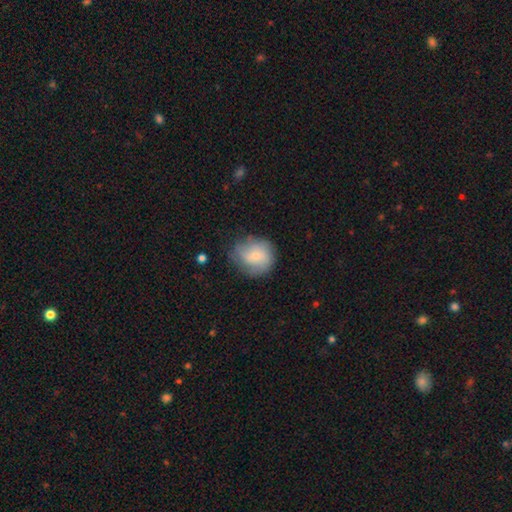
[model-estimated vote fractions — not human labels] The model was most divided on "smooth or featured": smooth: 64%, featured or disk: 28%, star or artifact: 8%. More confident: how rounded — round (79%); merging — none (63%).